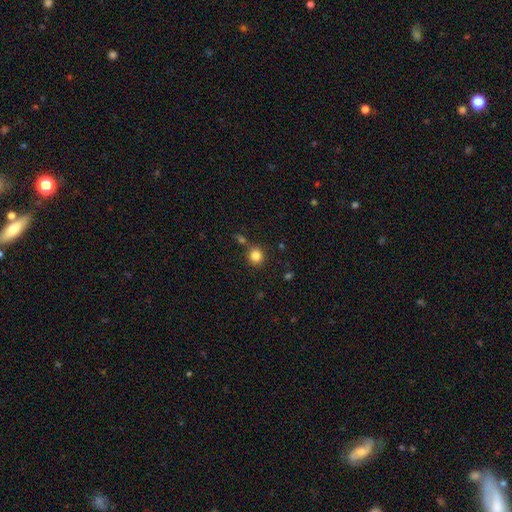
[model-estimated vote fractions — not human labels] This is clearly a smooth galaxy (84%). How rounded: clearly round (89%). Merging: likely none (80%).